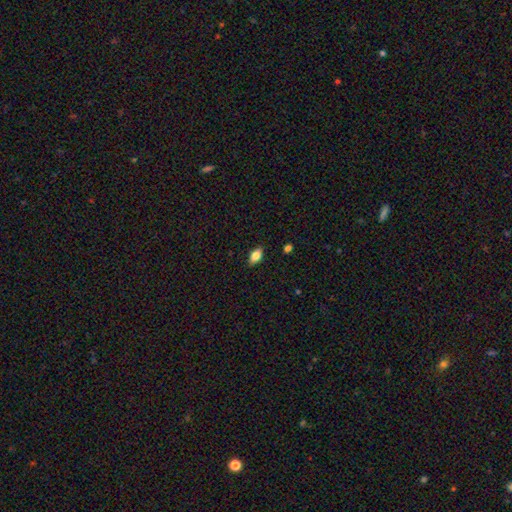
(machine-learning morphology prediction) Smooth or featured? smooth (78%)
How rounded? in between (88%)
Merging? none (87%)